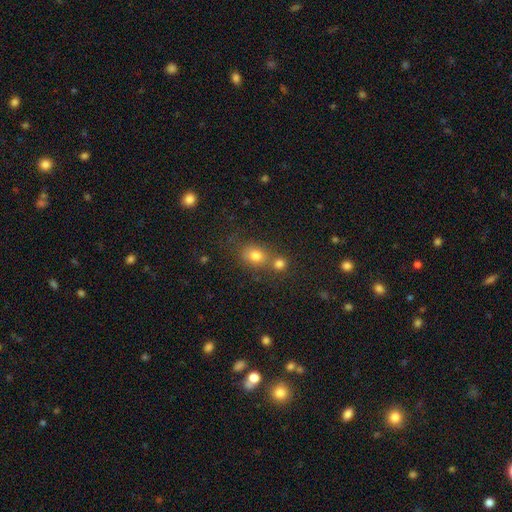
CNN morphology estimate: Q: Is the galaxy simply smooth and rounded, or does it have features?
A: smooth — 75%.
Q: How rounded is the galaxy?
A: round — 60%.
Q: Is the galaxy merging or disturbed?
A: none — 52%.